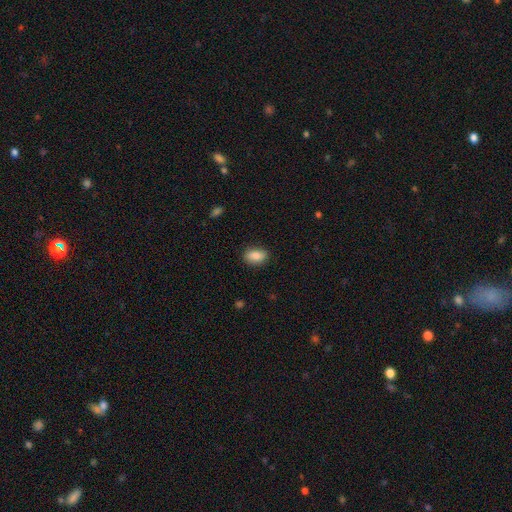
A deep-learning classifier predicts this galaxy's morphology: This appears to be a smooth galaxy with no disk features (86%) that is in between round and cigar-shaped (87%). Merging: none (86%).